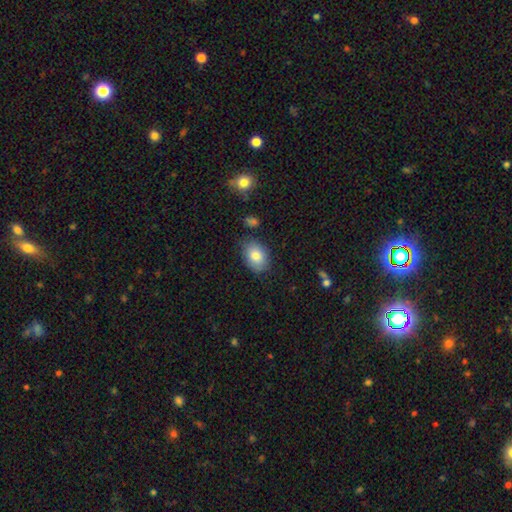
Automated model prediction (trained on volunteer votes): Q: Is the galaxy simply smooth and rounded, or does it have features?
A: smooth — 81%.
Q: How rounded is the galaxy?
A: in between — 79%.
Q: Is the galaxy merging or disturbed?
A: none — 80%.